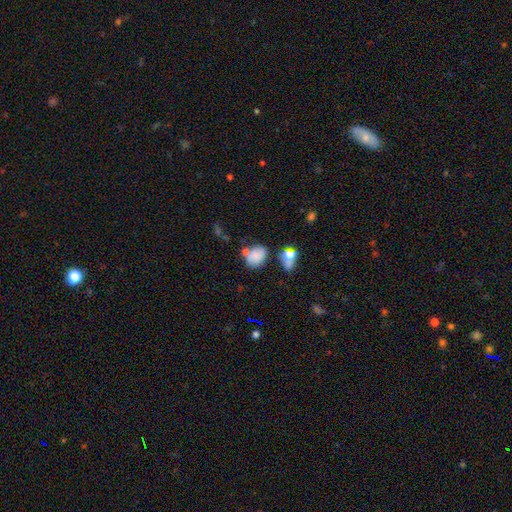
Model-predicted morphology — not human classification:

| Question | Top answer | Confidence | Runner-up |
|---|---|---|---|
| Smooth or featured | smooth | 73% | featured or disk (15%) |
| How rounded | in between | 63% | round (36%) |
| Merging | none | 47% | merger (23%) |